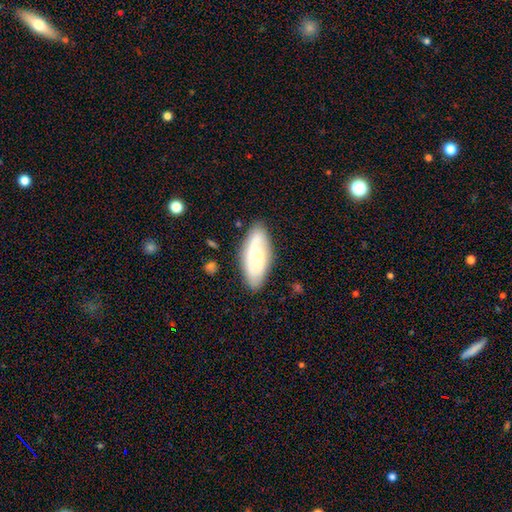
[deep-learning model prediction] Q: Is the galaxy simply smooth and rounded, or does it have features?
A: featured or disk — 59%.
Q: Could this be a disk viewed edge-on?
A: no — 88%.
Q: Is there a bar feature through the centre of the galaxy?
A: weak — 43%, tied with no.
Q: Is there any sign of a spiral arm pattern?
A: yes — 81%.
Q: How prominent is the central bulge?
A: moderate — 59%.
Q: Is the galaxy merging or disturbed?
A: none — 83%.